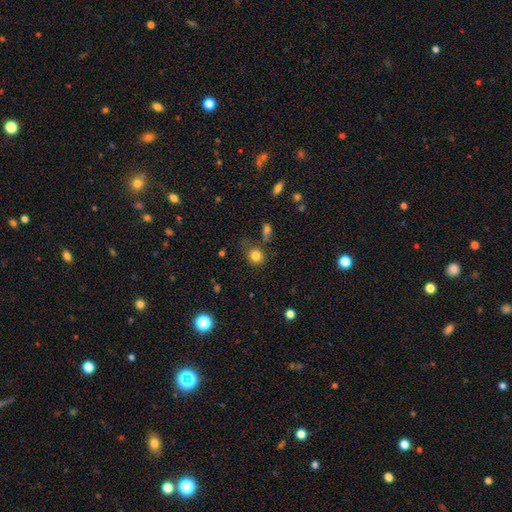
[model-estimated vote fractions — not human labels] Smooth or featured: smooth — 82% (star or artifact — 12%)
How rounded: round — 77% (in between — 21%)
Merging: none — 72% (minor disturbance — 17%)